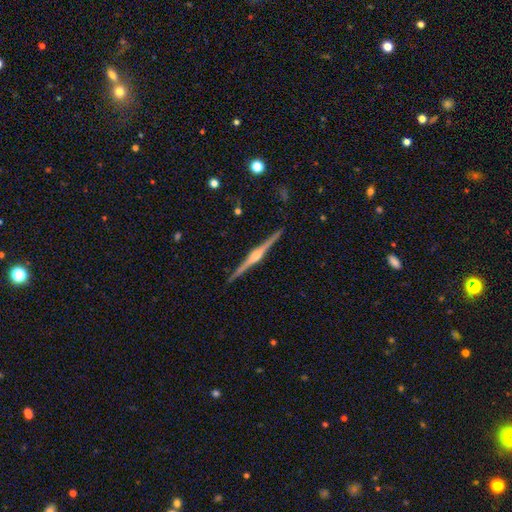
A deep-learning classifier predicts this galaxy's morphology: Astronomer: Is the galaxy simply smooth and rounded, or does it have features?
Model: featured or disk — 85%.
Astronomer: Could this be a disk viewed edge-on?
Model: yes — 99%.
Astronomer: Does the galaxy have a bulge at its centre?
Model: rounded — 87%.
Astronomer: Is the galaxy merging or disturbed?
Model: none — 92%.